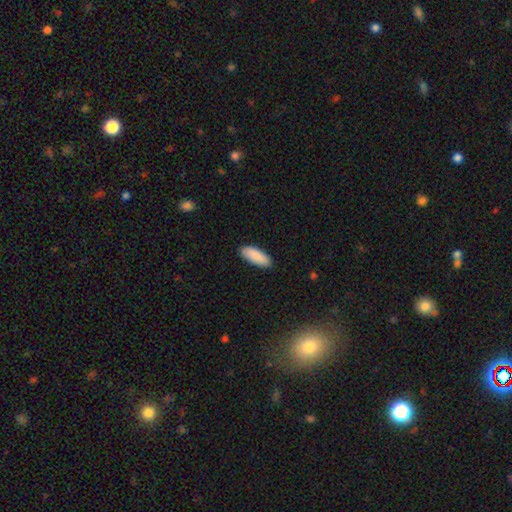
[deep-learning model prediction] Q: Smooth or featured?
A: smooth (90%); runner-up: star or artifact (6%)
Q: How rounded?
A: in between (75%); runner-up: cigar-shaped (23%)
Q: Merging?
A: none (89%); runner-up: minor disturbance (9%)